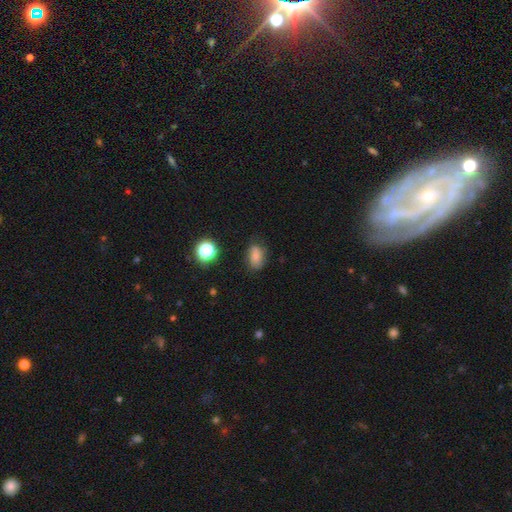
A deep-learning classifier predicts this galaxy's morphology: smooth-or-featured: smooth: 74% | star or artifact: 14% | featured or disk: 12%
  how-rounded: in between: 81% | round: 17% | cigar-shaped: 2%
  merging: none: 65% | minor disturbance: 25% | major disturbance: 7% | merger: 3%